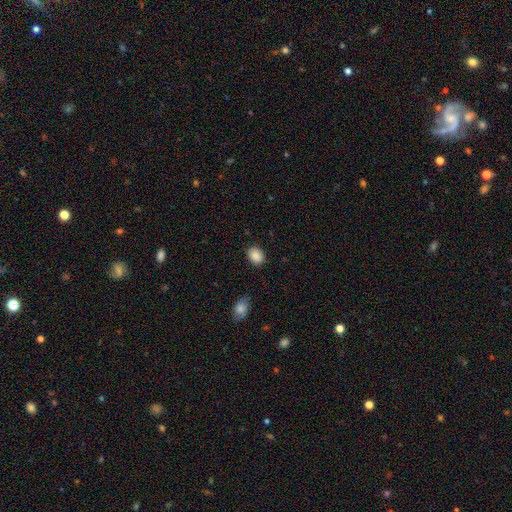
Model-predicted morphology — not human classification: smooth_or_featured: smooth (p=0.88) [alt: star or artifact p=0.08]
how_rounded: in between (p=0.62) [alt: round p=0.37]
merging: none (p=0.86) [alt: minor disturbance p=0.10]